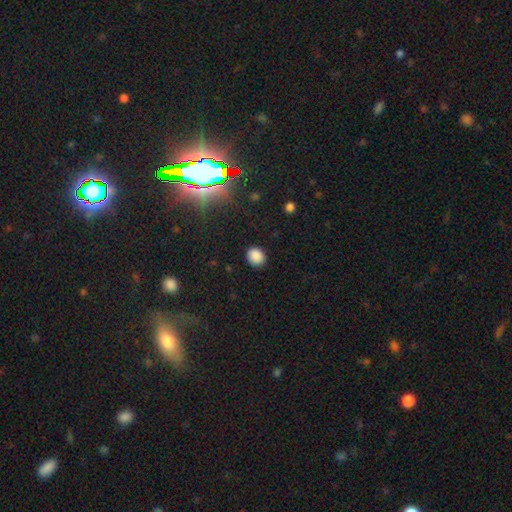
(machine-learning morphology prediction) Smooth or featured?
  - smooth: 86% *
  - star or artifact: 11%
  - featured or disk: 3%
How rounded?
  - round: 76% *
  - in between: 23%
  - cigar-shaped: 1%
Merging?
  - none: 89% *
  - minor disturbance: 8%
  - major disturbance: 2%
  - merger: 1%